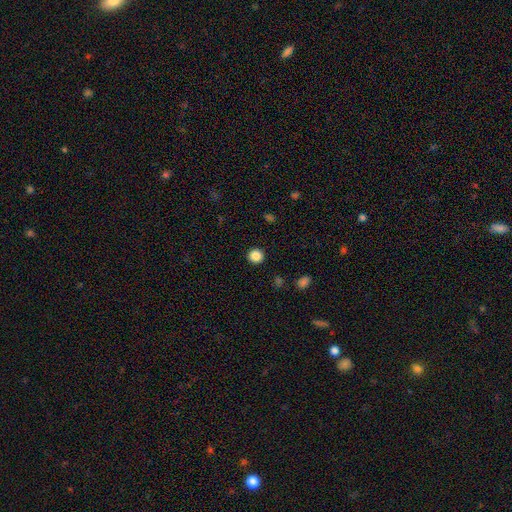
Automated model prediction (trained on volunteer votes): This is clearly a smooth galaxy (86%). How rounded: clearly round (94%). Merging: clearly none (92%).